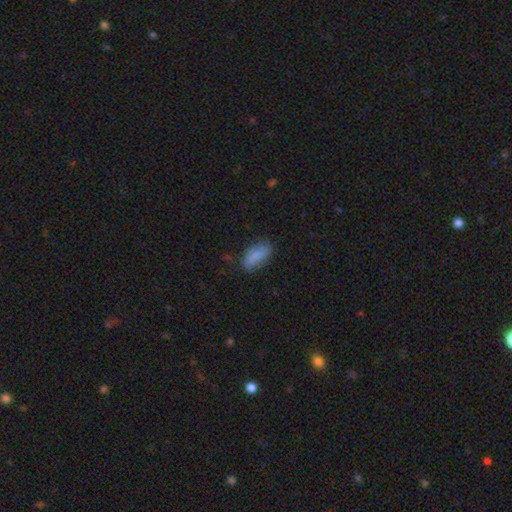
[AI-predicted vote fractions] Smooth or featured: smooth — 84% (featured or disk — 9%)
How rounded: in between — 84% (cigar-shaped — 14%)
Merging: none — 73% (minor disturbance — 20%)